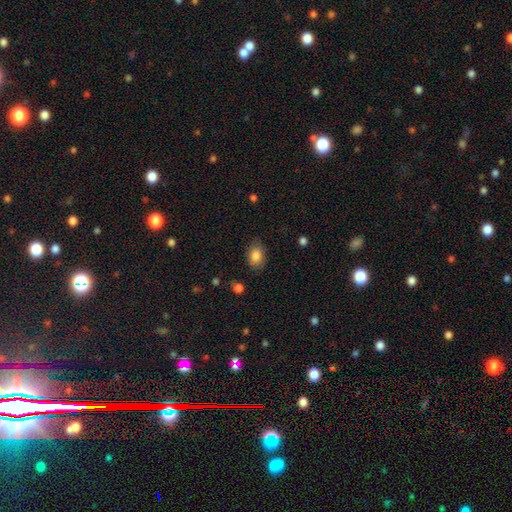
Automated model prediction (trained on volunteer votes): smooth_or_featured: smooth (p=0.84) [alt: star or artifact p=0.08]
how_rounded: in between (p=0.75) [alt: round p=0.23]
merging: none (p=0.80) [alt: minor disturbance p=0.15]